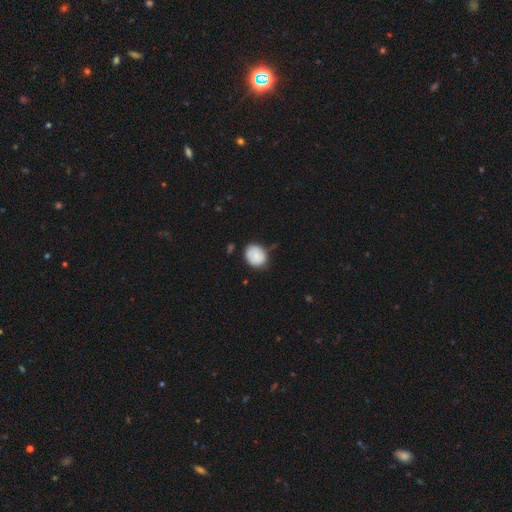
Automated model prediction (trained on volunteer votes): The model was most divided on "how rounded": round: 57%, in between: 43%, cigar-shaped: 1%. More confident: smooth or featured — smooth (77%); merging — none (66%).